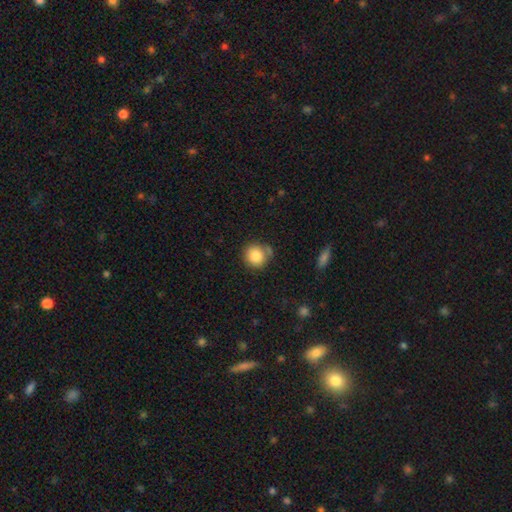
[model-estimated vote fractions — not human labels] Smooth or featured?
  - smooth: 84% *
  - star or artifact: 9%
  - featured or disk: 7%
How rounded?
  - round: 92% *
  - in between: 8%
  - cigar-shaped: 1%
Merging?
  - none: 74% *
  - minor disturbance: 13%
  - merger: 10%
  - major disturbance: 4%